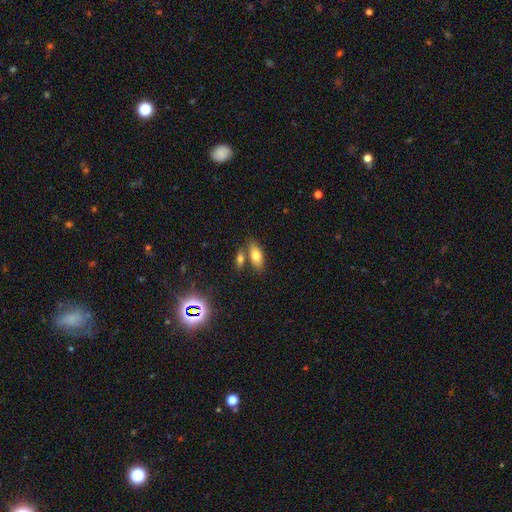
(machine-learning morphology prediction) A smooth galaxy with no disk features (76%) that is in between round and cigar-shaped (86%).

Vote fractions:
- Smooth or featured? smooth: 76% / featured or disk: 15% / star or artifact: 9%
- How rounded? in between: 86% / cigar-shaped: 10% / round: 4%
- Merging? none: 61% / merger: 24% / minor disturbance: 11% / major disturbance: 3%